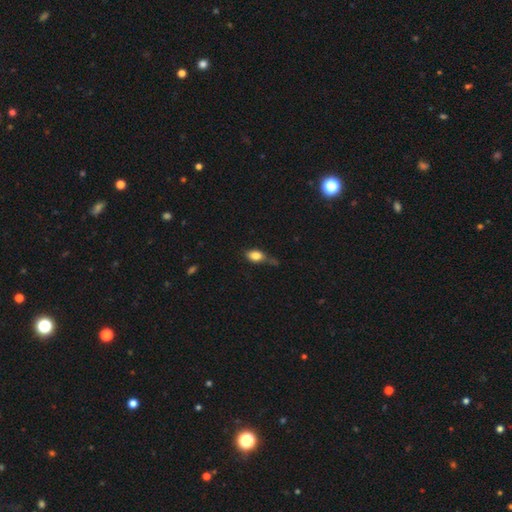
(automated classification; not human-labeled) This appears to be a smooth galaxy with no disk features (82%) that is in between round and cigar-shaped (81%). Merging: none (45%).